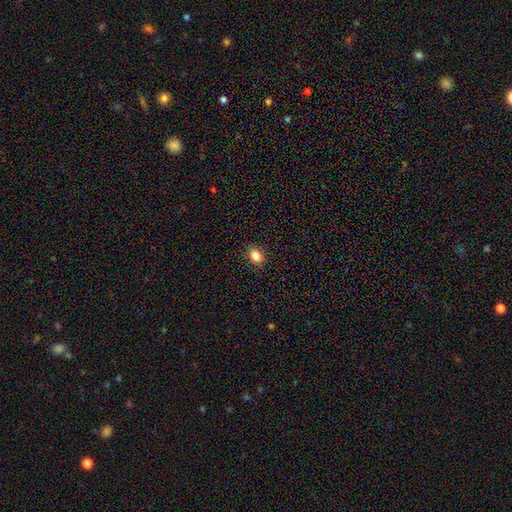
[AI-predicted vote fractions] The model was most divided on "how rounded": in between: 62%, round: 37%, cigar-shaped: 1%. More confident: merging — none (90%); smooth or featured — smooth (84%).